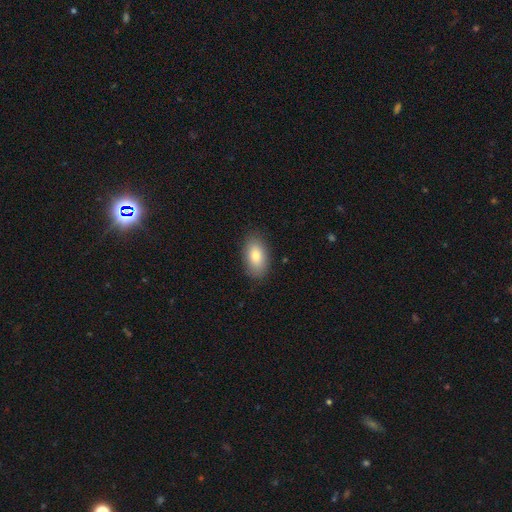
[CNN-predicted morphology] smooth 81%, featured or disk 11%, star or artifact 7%. Down the decision tree: how rounded — in between (92%); merging — none (86%).